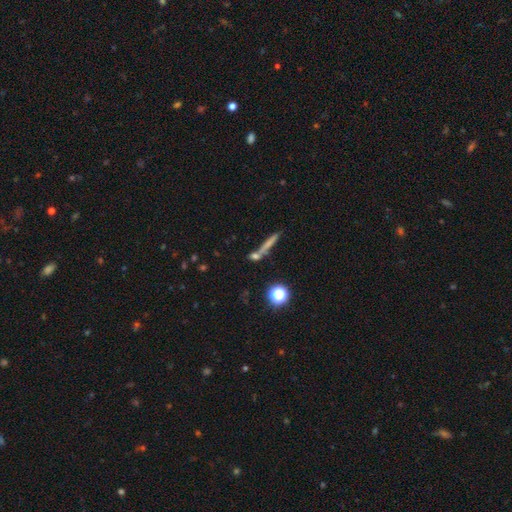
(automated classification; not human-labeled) A smooth galaxy with no disk features (43%). Merging: none (72%).